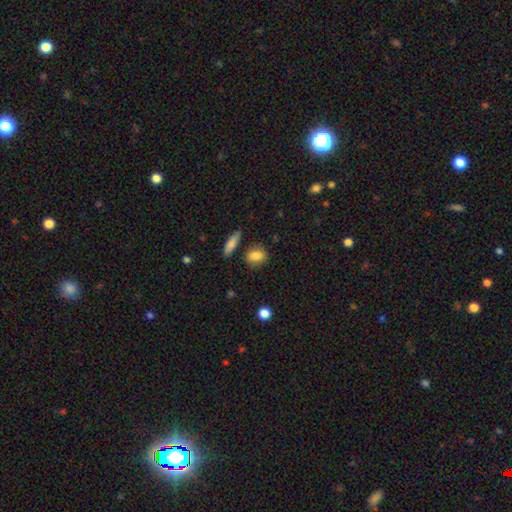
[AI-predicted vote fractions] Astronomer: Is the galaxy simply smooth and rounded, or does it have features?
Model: smooth — 84%.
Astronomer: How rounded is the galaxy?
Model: in between — 59% (runner-up: round, 36%).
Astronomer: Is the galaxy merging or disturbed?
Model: none — 78%.